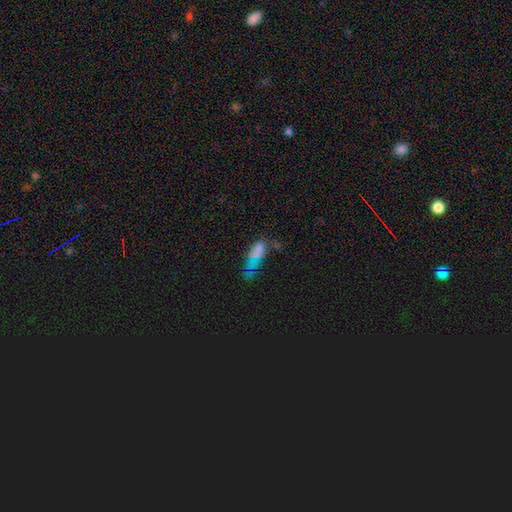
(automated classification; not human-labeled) This appears to be a smooth galaxy with no disk features (55%) that is in between round and cigar-shaped (66%). Merging: major disturbance (36%).